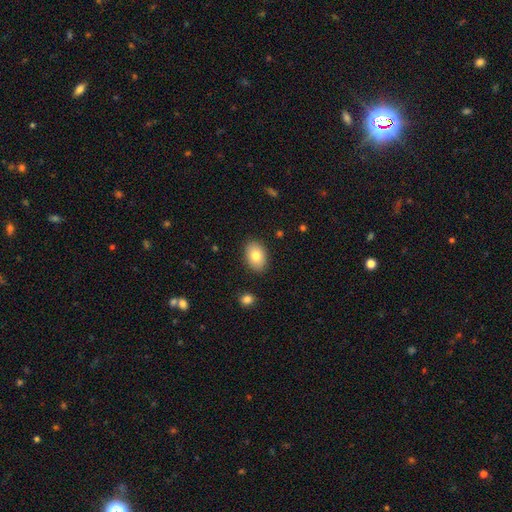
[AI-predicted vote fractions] Smooth or featured?
  - smooth: 81% *
  - featured or disk: 12%
  - star or artifact: 7%
How rounded?
  - in between: 85% *
  - round: 14%
  - cigar-shaped: 1%
Merging?
  - none: 87% *
  - minor disturbance: 9%
  - major disturbance: 2%
  - merger: 1%